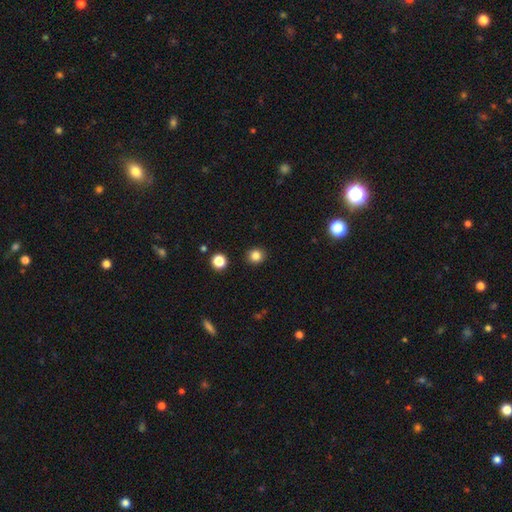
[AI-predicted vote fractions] A smooth galaxy with no disk features (84%) that is round (87%). Merging: none (91%).